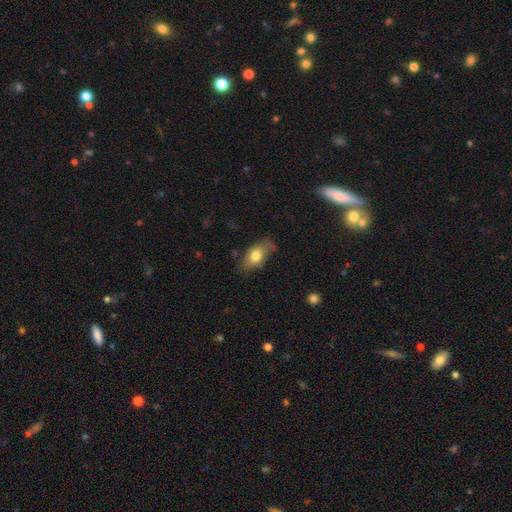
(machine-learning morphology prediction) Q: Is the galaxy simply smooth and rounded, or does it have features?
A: smooth — 74%.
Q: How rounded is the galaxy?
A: in between — 88%.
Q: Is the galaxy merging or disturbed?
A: none — 62%.